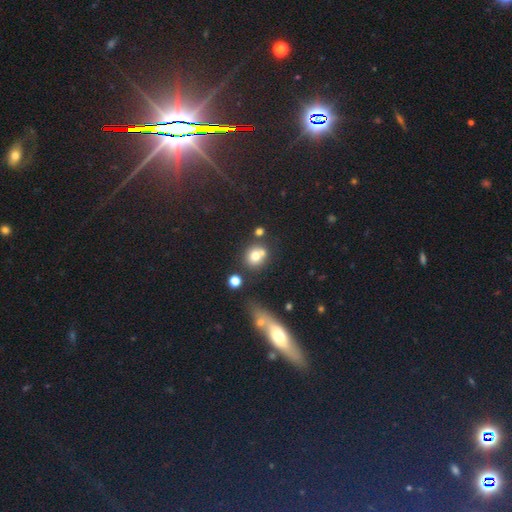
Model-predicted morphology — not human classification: This appears to be a smooth galaxy with no disk features (73%) that is round (77%). Merging: none (54%).